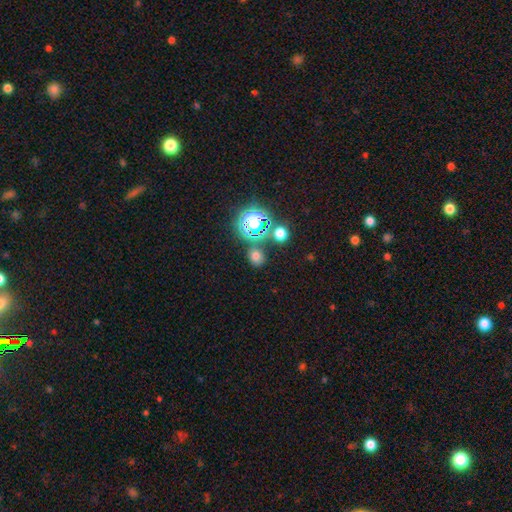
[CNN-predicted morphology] This is likely a smooth galaxy (63%). How rounded: likely round (66%). Merging: likely none (77%).